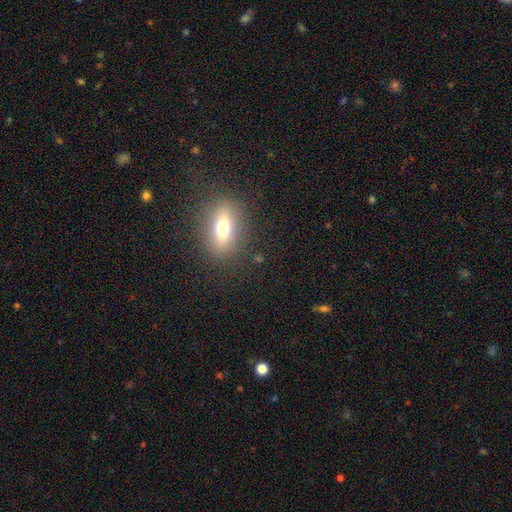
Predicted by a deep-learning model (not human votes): Overall: smooth (56%; featured or disk 29%). How rounded: in between (65%). Merging: none (87%).